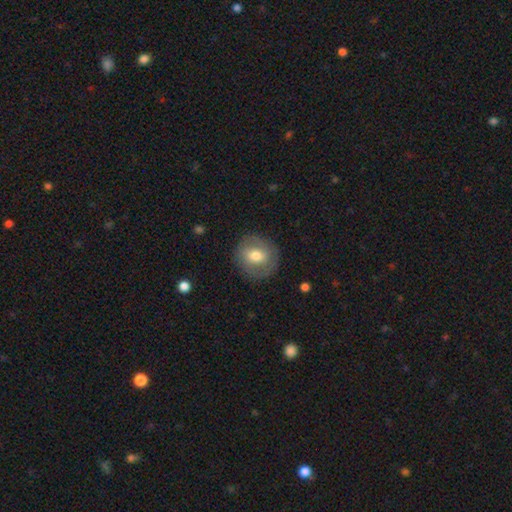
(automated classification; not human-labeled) Smooth or featured?
  - smooth: 60% *
  - featured or disk: 32%
  - star or artifact: 8%
How rounded?
  - round: 84% *
  - in between: 15%
  - cigar-shaped: 1%
Merging?
  - none: 84% *
  - minor disturbance: 11%
  - major disturbance: 4%
  - merger: 1%